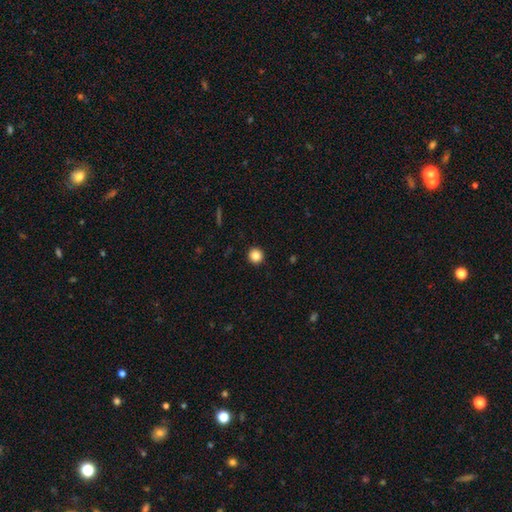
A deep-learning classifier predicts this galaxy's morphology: Smooth or featured? smooth (84%)
How rounded? round (95%)
Merging? none (93%)